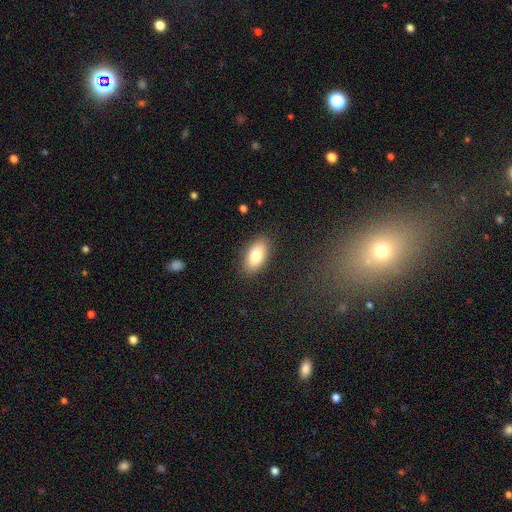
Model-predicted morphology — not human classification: Smooth or featured? smooth (81%)
How rounded? in between (92%)
Merging? none (87%)